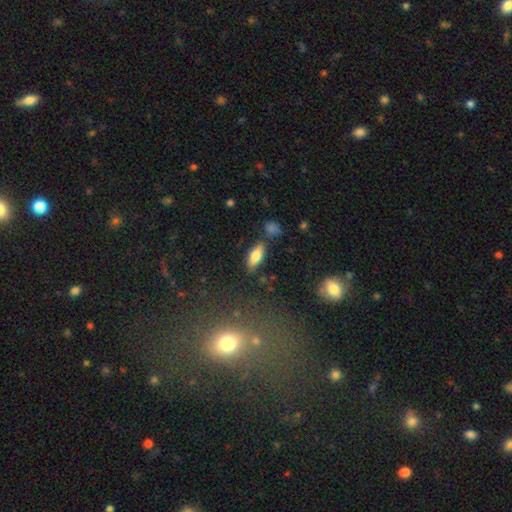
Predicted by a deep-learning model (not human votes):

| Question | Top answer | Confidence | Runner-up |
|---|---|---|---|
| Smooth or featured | smooth | 78% | featured or disk (15%) |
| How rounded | in between | 76% | cigar-shaped (22%) |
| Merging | none | 79% | minor disturbance (13%) |